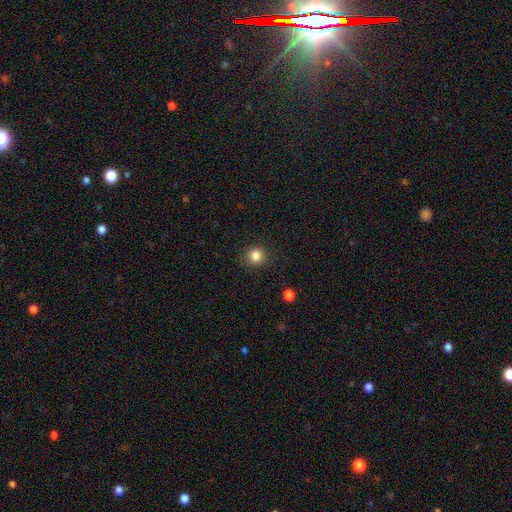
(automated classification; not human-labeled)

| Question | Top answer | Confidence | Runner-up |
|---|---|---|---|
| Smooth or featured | smooth | 84% | star or artifact (11%) |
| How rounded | round | 88% | in between (11%) |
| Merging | none | 89% | minor disturbance (8%) |